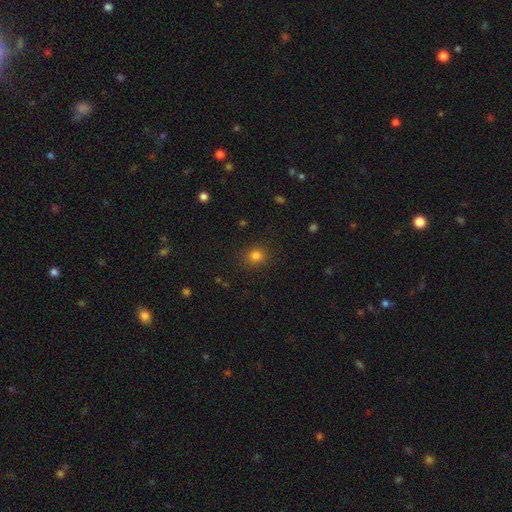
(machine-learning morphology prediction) A smooth galaxy with no disk features (81%) that is round (78%). Merging: none (86%).